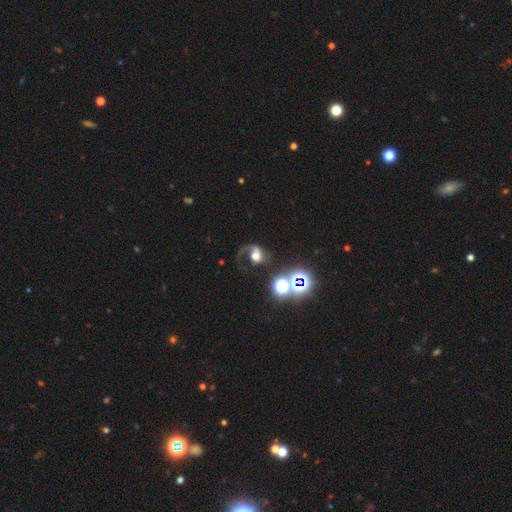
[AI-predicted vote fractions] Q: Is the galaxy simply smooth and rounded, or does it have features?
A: featured or disk — 64%.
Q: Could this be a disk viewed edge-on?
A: no — 97%.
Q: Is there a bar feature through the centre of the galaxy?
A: no — 53%.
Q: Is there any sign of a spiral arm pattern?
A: yes — 89%.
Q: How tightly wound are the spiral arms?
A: loose — 58%.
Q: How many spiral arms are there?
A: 1 — 62%.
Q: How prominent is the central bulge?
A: moderate — 43%.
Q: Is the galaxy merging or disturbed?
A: major disturbance — 41%.